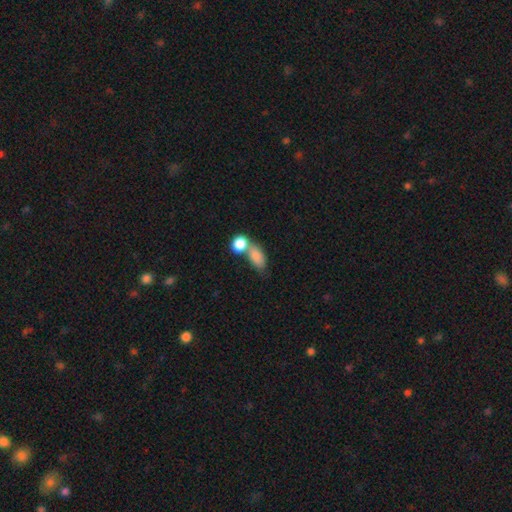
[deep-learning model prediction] A smooth galaxy with no disk features (83%) that is in between round and cigar-shaped (81%). Merging: merger (52%).